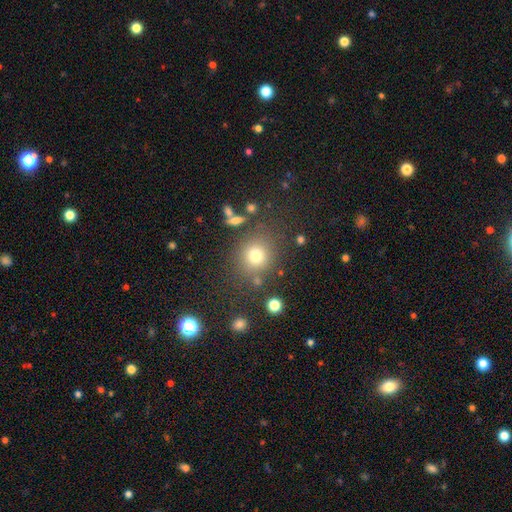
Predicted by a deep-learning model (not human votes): Smooth or featured?
  - smooth: 75% *
  - star or artifact: 16%
  - featured or disk: 9%
How rounded?
  - round: 84% *
  - in between: 14%
  - cigar-shaped: 1%
Merging?
  - none: 77% *
  - minor disturbance: 11%
  - merger: 7%
  - major disturbance: 5%